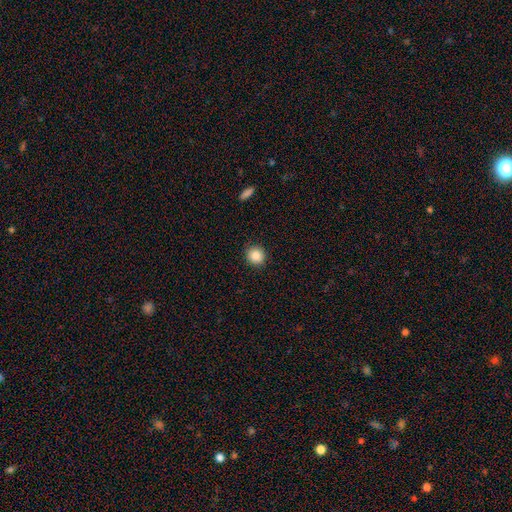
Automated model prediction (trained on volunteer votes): Smooth or featured? Predicted: smooth (p=0.86). How rounded? Predicted: round (p=0.89). Merging? Predicted: none (p=0.91).